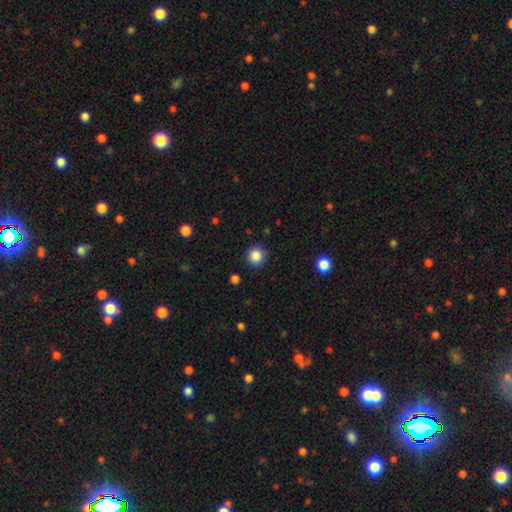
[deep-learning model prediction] Smooth or featured: smooth — 86% (star or artifact — 10%)
How rounded: round — 91% (in between — 8%)
Merging: none — 88% (minor disturbance — 8%)